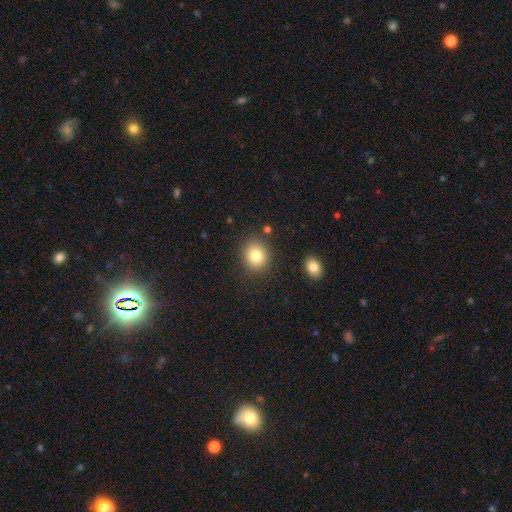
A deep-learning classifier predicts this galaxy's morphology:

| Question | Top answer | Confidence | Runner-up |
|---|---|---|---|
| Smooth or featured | smooth | 82% | star or artifact (10%) |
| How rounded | round | 69% | in between (30%) |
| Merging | none | 85% | minor disturbance (9%) |